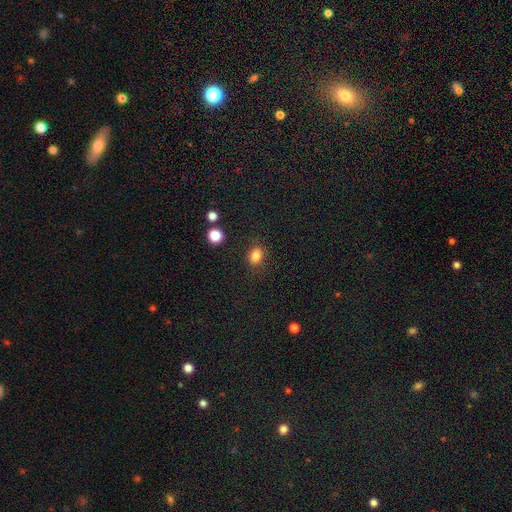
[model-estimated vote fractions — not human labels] This is clearly a smooth galaxy (82%). How rounded: likely in between (62%). Merging: clearly none (81%).